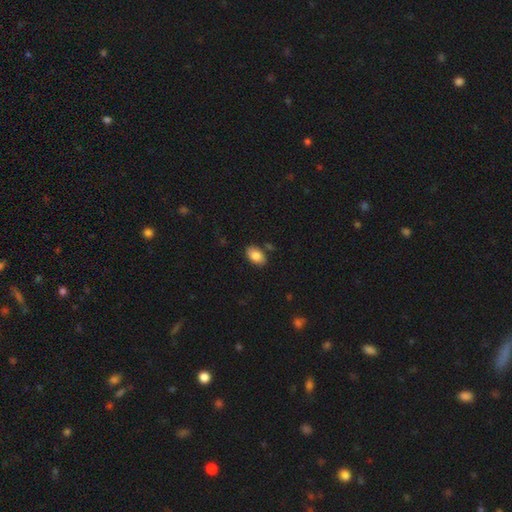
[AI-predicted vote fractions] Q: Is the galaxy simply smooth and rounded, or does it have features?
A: smooth — 85%.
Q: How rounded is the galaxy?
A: in between — 91%.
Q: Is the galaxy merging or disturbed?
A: none — 82%.